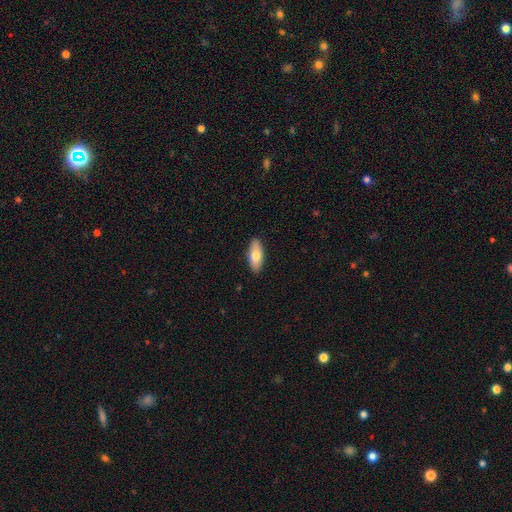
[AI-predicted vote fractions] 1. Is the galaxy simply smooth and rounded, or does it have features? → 74% smooth, 20% featured or disk, 6% star or artifact.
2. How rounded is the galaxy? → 84% in between, 14% cigar-shaped, 2% round.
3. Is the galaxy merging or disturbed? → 88% none, 9% minor disturbance, 2% major disturbance, 1% merger.